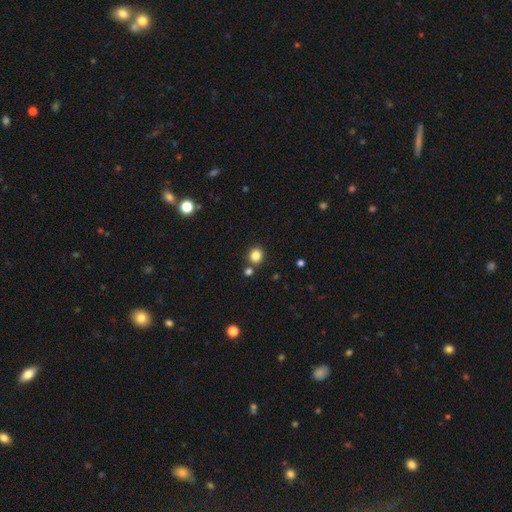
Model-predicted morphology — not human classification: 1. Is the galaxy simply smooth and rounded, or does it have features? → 83% smooth, 12% star or artifact, 5% featured or disk.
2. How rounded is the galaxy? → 88% round, 11% in between, 1% cigar-shaped.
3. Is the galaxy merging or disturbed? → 79% none, 11% merger, 7% minor disturbance, 2% major disturbance.